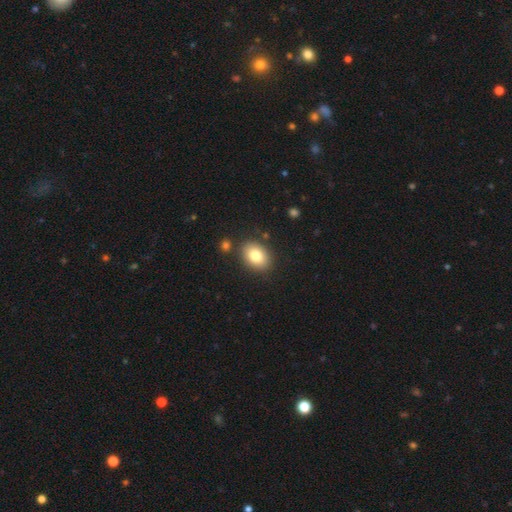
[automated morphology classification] type=smooth (81%); roundness=in between (75%); merging=none (85%).